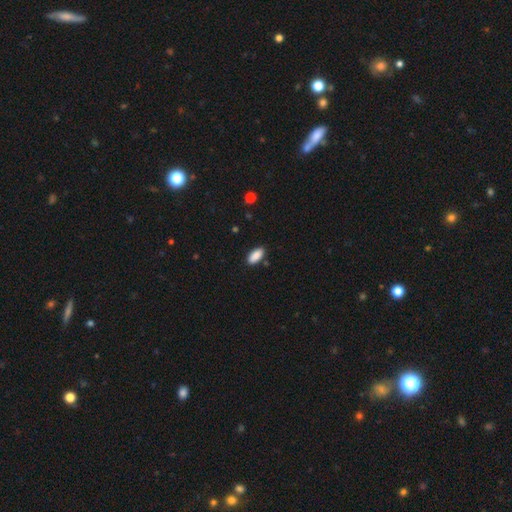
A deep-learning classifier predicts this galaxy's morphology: The model was most divided on "merging": none: 86%, minor disturbance: 10%, major disturbance: 2%, merger: 2%. More confident: how rounded — in between (90%); smooth or featured — smooth (89%).